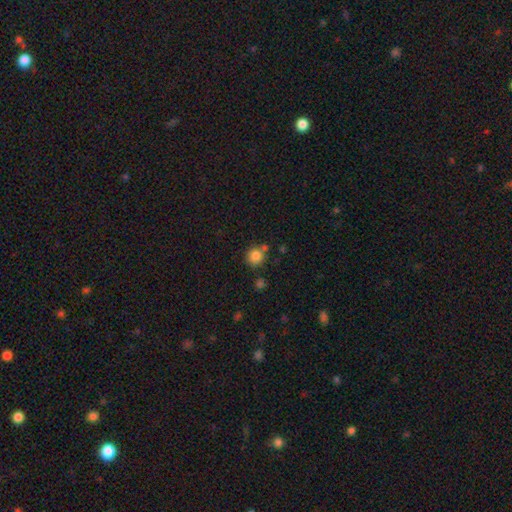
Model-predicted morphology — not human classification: Smooth or featured?
  - smooth: 84% *
  - star or artifact: 11%
  - featured or disk: 6%
How rounded?
  - round: 90% *
  - in between: 9%
  - cigar-shaped: 1%
Merging?
  - none: 71% *
  - merger: 14%
  - minor disturbance: 12%
  - major disturbance: 4%